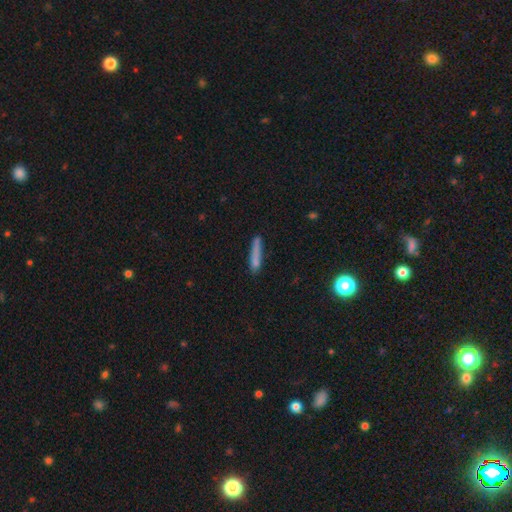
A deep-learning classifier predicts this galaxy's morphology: smooth 74%, featured or disk 17%, star or artifact 9%. Down the decision tree: how rounded — cigar-shaped (91%); merging — none (73%).